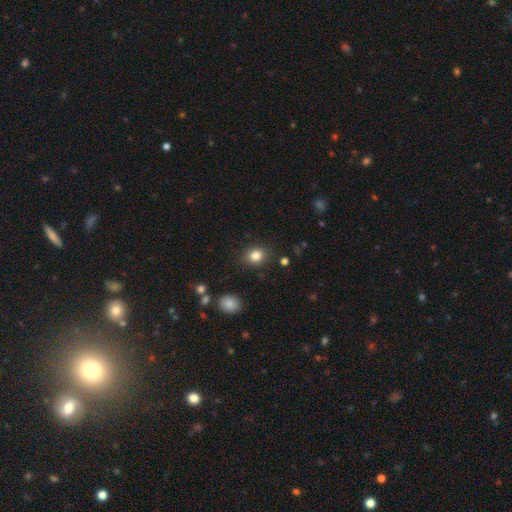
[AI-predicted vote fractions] smooth 83%, star or artifact 11%, featured or disk 6%. Down the decision tree: how rounded — round (60%); merging — none (87%).